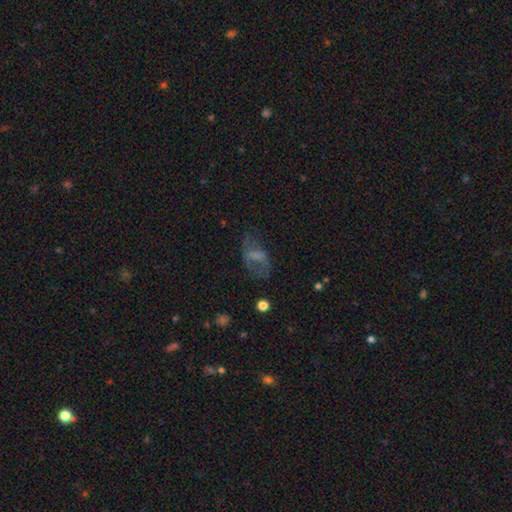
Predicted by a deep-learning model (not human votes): Smooth or featured? Predicted: smooth (p=0.44). Merging? Predicted: none (p=0.46).